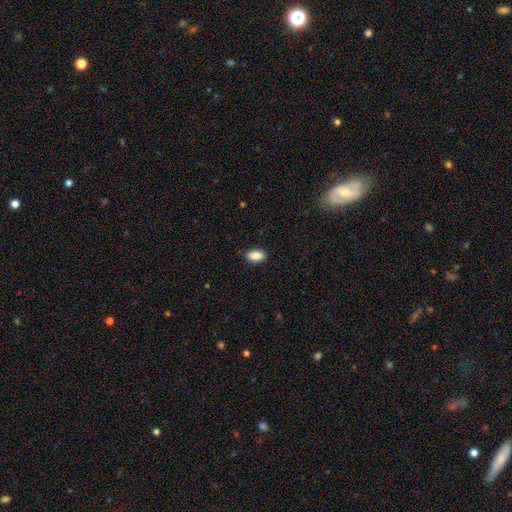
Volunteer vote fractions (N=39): Smooth or featured? 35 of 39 (90%) said smooth. How rounded? 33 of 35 (94%) said in between. Merging? 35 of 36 (97%) said none.